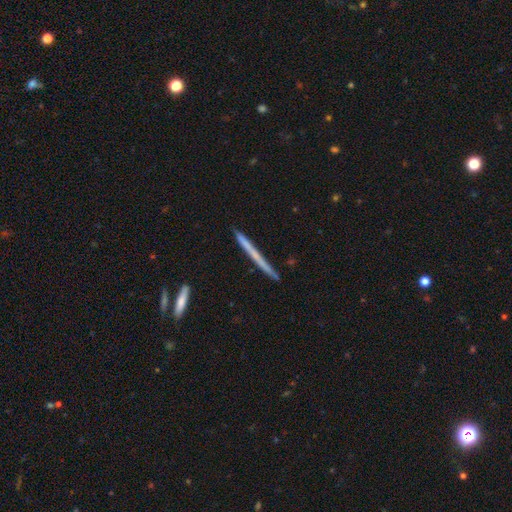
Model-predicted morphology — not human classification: smooth_or_featured: featured or disk (p=0.48) [alt: smooth p=0.47]
merging: none (p=0.90) [alt: minor disturbance p=0.07]